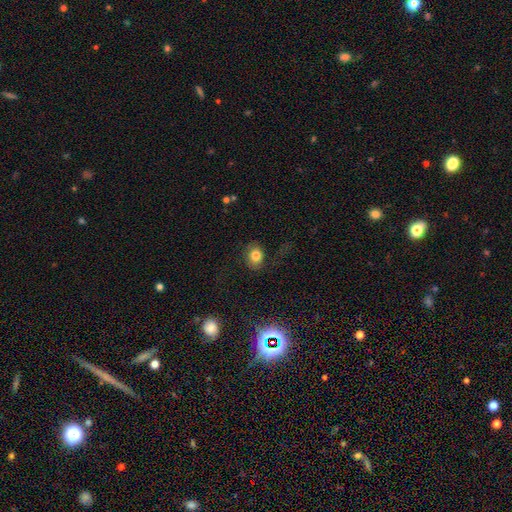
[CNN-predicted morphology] smooth-or-featured: smooth: 79% | star or artifact: 11% | featured or disk: 10%
  how-rounded: round: 51% | in between: 48% | cigar-shaped: 1%
  merging: none: 72% | minor disturbance: 17% | major disturbance: 10% | merger: 2%